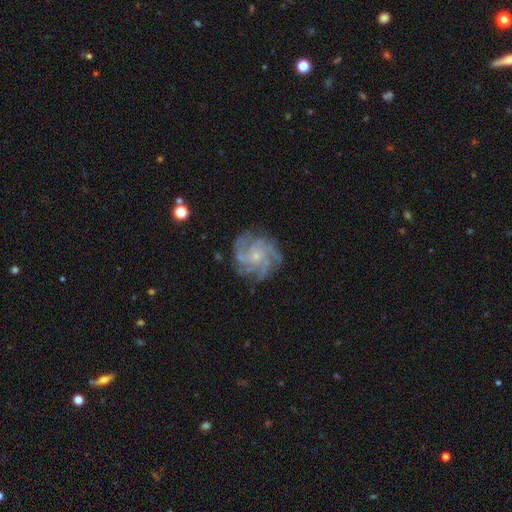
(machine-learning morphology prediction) smooth_or_featured: featured or disk (p=0.86) [alt: star or artifact p=0.07]
disk_edge_on: no (p=0.98) [alt: yes p=0.02]
bar: no (p=0.76) [alt: weak p=0.21]
has_spiral_arms: yes (p=0.97) [alt: no p=0.03]
spiral_winding: tight (p=0.53) [alt: medium p=0.38]
spiral_arm_count: 4 (p=0.36) [alt: more than 4 p=0.17]
bulge_size: small (p=0.75) [alt: moderate p=0.18]
merging: none (p=0.79) [alt: minor disturbance p=0.14]